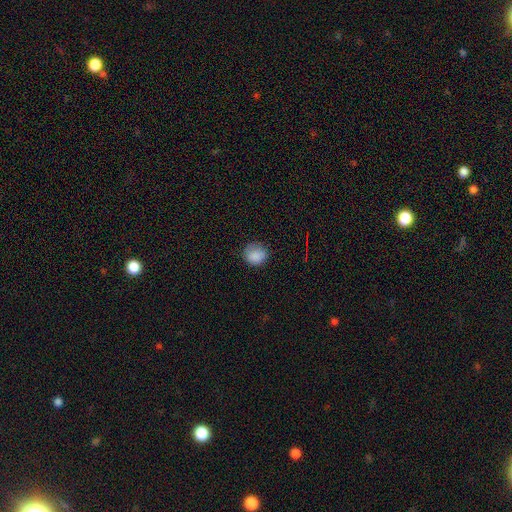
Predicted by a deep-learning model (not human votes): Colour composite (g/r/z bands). It shows a smooth galaxy with no disk features (85%) that is round (83%). Merging: none (75%).